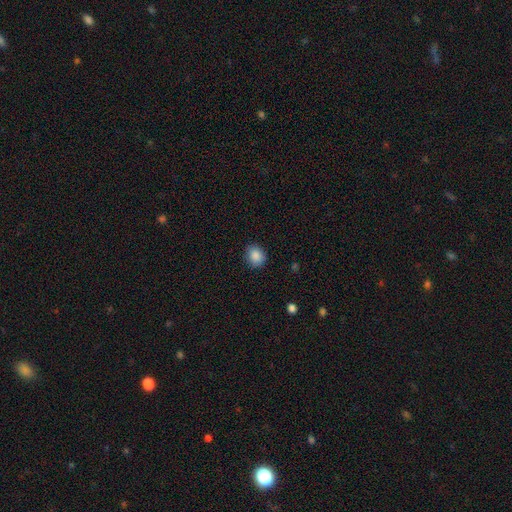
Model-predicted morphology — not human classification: smooth-or-featured: smooth: 87% | star or artifact: 9% | featured or disk: 4%
  how-rounded: round: 68% | in between: 31% | cigar-shaped: 1%
  merging: none: 87% | minor disturbance: 10% | major disturbance: 2% | merger: 1%